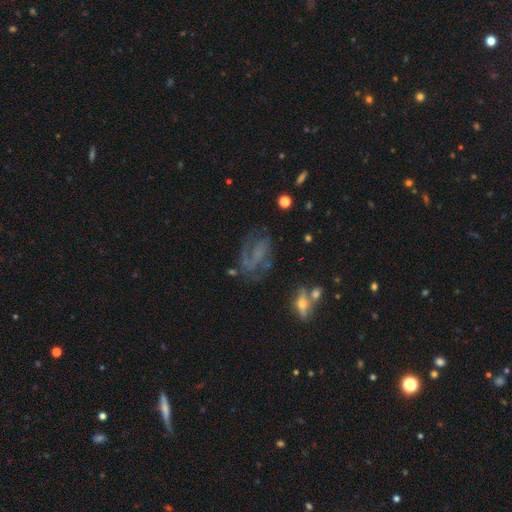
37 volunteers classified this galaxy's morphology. Smooth or featured?
  - featured or disk: 86% *
  - star or artifact: 8%
  - smooth: 5%
Edge-on disk?
  - no: 97% *
  - yes: 3%
Bar?
  - no: 39% *
  - strong: 35%
  - weak: 26%
Spiral arms?
  - yes: 94% *
  - no: 6%
Spiral winding?
  - medium: 45% *
  - loose: 38%
  - tight: 17%
Spiral arm count?
  - 1: 48% *
  - 2: 34%
  - can't tell: 14%
  - 3: 3%
  - 4: 0%
  - more than 4: 0%
Bulge size?
  - none: 45% *
  - small: 32%
  - moderate: 13%
  - large: 6%
  - dominant: 3%
Merging?
  - none: 53% *
  - minor disturbance: 26%
  - major disturbance: 21%
  - merger: 0%